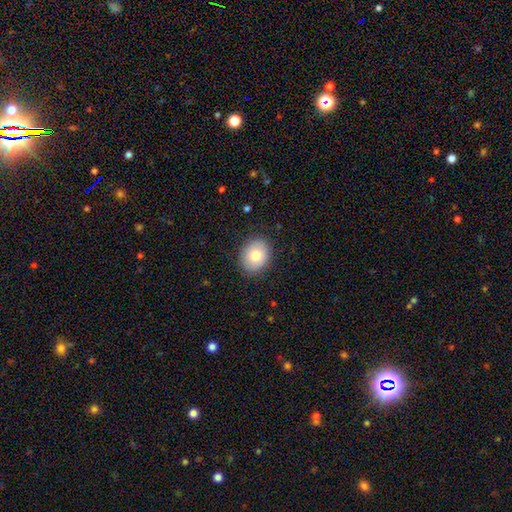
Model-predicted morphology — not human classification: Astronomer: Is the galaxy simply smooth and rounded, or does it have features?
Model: smooth — 78%.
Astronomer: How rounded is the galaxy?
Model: round — 55% (runner-up: in between, 44%).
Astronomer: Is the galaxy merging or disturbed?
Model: none — 87%.